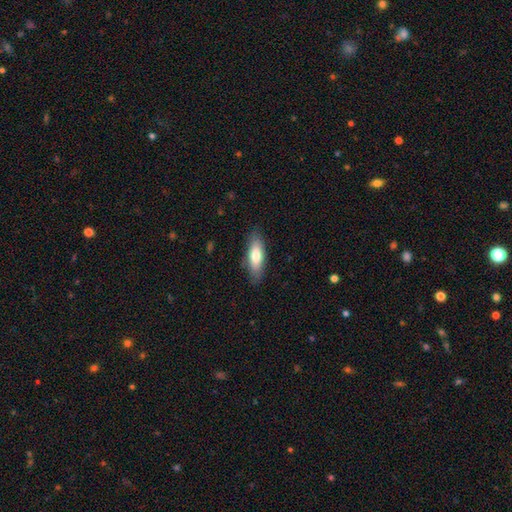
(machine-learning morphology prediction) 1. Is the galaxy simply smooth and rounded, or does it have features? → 75% smooth, 20% featured or disk, 6% star or artifact.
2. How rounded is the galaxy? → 61% in between, 37% cigar-shaped, 2% round.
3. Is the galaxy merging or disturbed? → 83% none, 13% minor disturbance, 3% major disturbance, 1% merger.